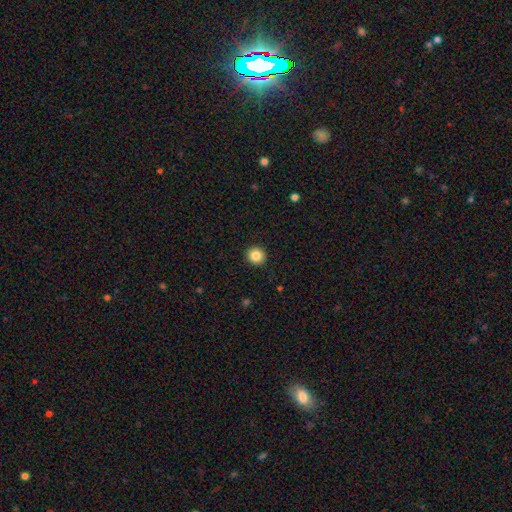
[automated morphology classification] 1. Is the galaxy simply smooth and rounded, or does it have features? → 85% smooth, 10% star or artifact, 5% featured or disk.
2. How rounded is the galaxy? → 93% round, 6% in between, 1% cigar-shaped.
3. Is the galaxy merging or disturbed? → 93% none, 5% minor disturbance, 2% major disturbance, 1% merger.